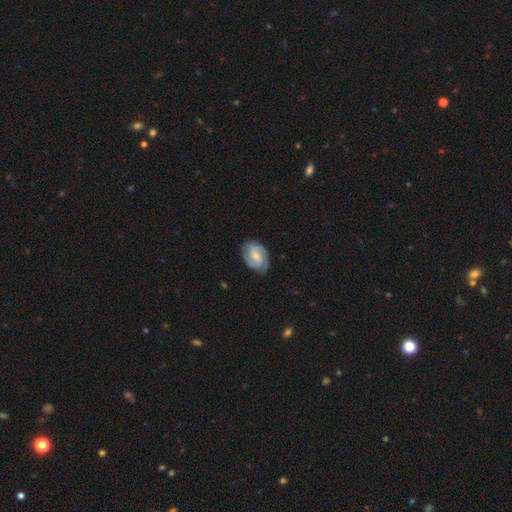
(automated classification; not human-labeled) Smooth or featured? Predicted: featured or disk (p=0.78). Edge-on disk? Predicted: no (p=0.97). Bar? Predicted: weak (p=0.49). Spiral arms? Predicted: yes (p=0.96). Spiral winding? Predicted: tight (p=0.46). Spiral arm count? Predicted: 2 (p=0.76). Bulge size? Predicted: small (p=0.47). Merging? Predicted: none (p=0.79).